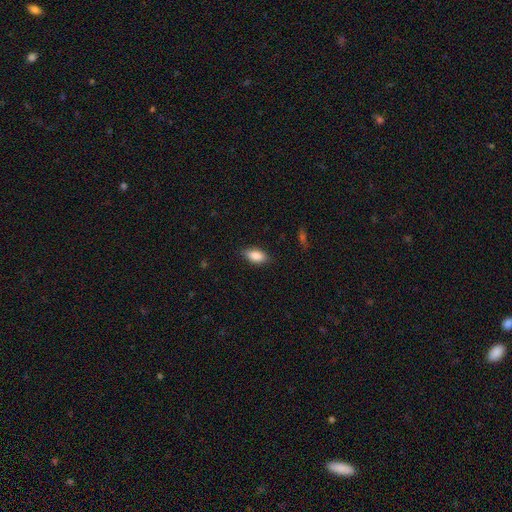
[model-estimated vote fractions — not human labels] Smooth or featured? smooth (87%)
How rounded? in between (90%)
Merging? none (84%)